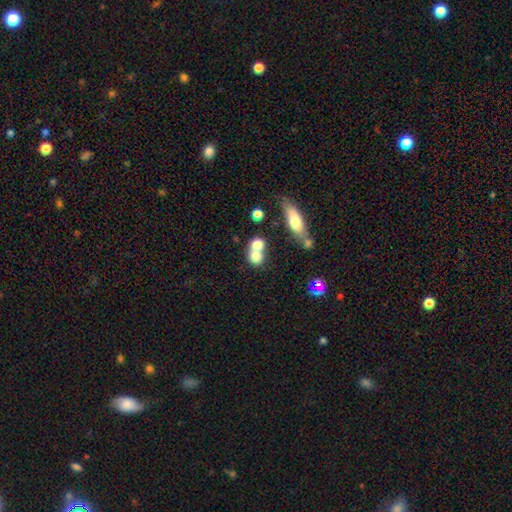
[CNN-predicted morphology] Overall: smooth (73%). How rounded: round (67%; in between 31%). Merging: merger (61%; none 28%).